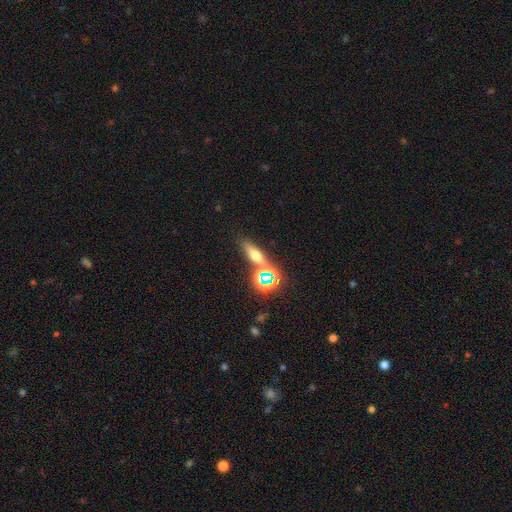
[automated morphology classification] Q: Smooth or featured?
A: smooth (49%); runner-up: star or artifact (27%)
Q: Merging?
A: none (69%); runner-up: merger (16%)